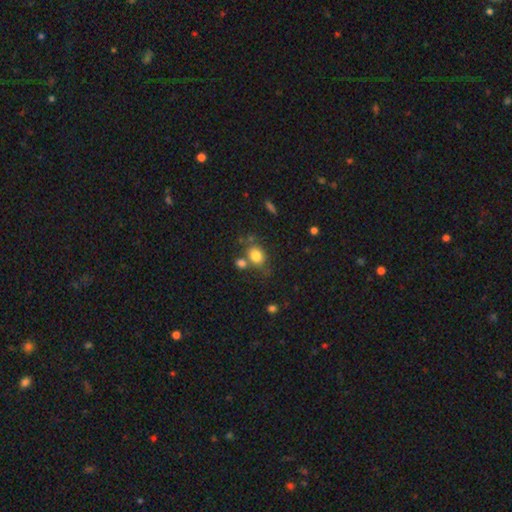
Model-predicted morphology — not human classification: smooth-or-featured: smooth: 80% | star or artifact: 11% | featured or disk: 9%
  how-rounded: round: 51% | in between: 48% | cigar-shaped: 1%
  merging: none: 57% | merger: 20% | minor disturbance: 16% | major disturbance: 6%